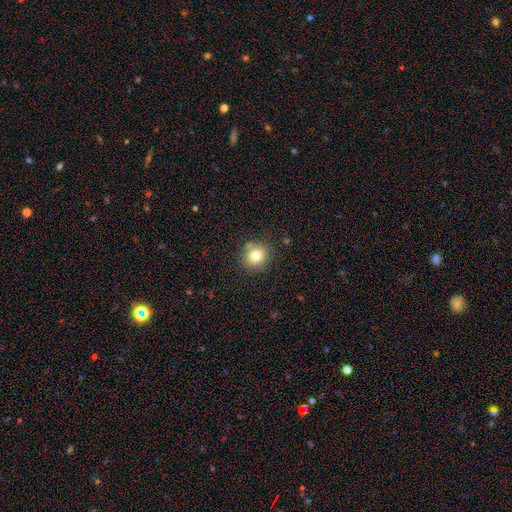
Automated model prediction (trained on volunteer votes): A smooth galaxy with no disk features (79%) that is round (84%). Merging: none (80%).